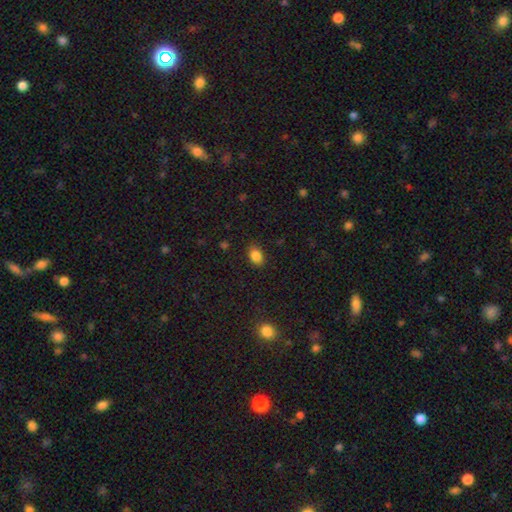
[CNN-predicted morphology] A smooth galaxy with no disk features (85%) that is in between round and cigar-shaped (79%). Merging: none (85%).